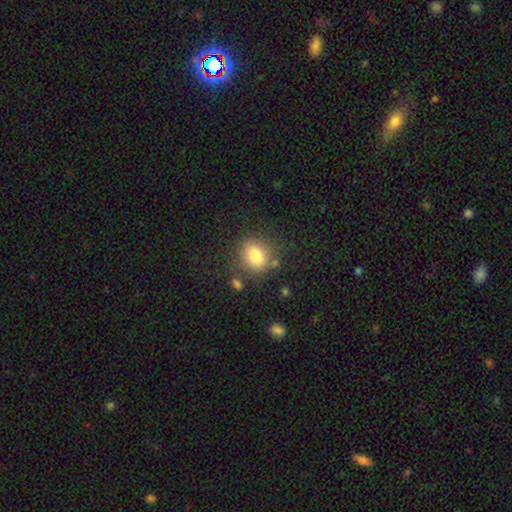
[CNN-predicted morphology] Smooth or featured? Predicted: smooth (p=0.83). How rounded? Predicted: in between (p=0.52). Merging? Predicted: none (p=0.72).